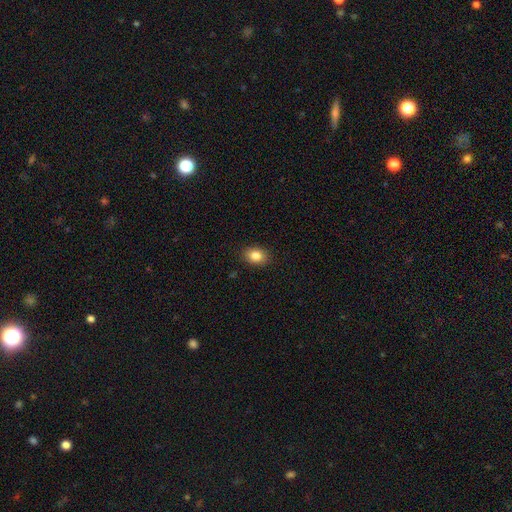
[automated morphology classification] Smooth or featured: smooth — 84% (star or artifact — 9%)
How rounded: in between — 71% (round — 28%)
Merging: none — 89% (minor disturbance — 8%)